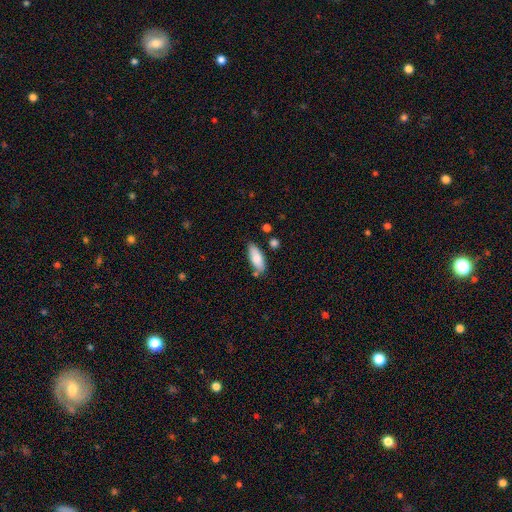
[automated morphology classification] This appears to be a smooth galaxy with no disk features (82%) that is in between round and cigar-shaped (76%). Merging: none (76%).